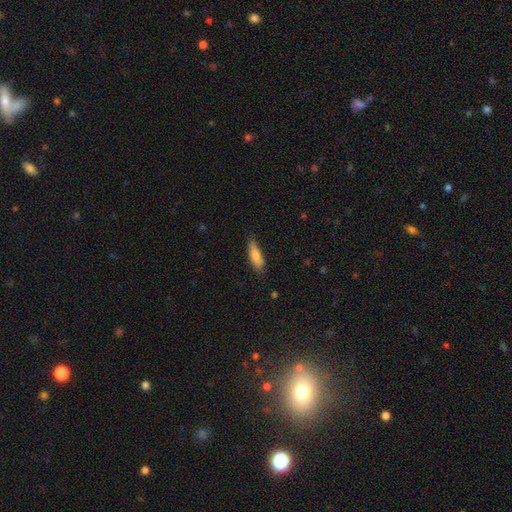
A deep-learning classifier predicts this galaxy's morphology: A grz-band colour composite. It shows a smooth galaxy with no disk features (78%) that is cigar-shaped (54%). Merging: none (71%).